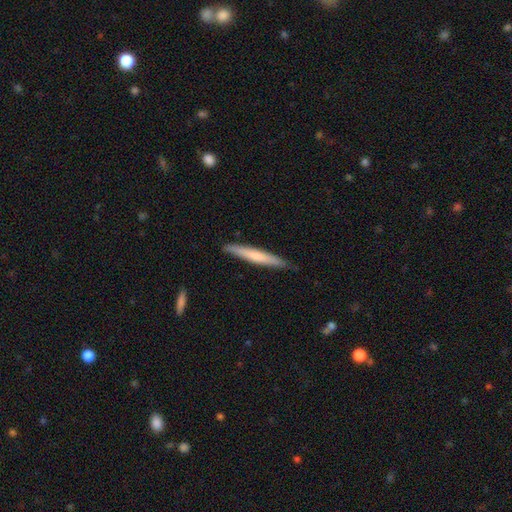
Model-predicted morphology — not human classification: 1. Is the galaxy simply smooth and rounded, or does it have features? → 61% smooth, 34% featured or disk, 5% star or artifact.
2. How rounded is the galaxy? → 95% cigar-shaped, 3% in between, 1% round.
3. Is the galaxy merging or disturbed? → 88% none, 10% minor disturbance, 1% major disturbance, 1% merger.